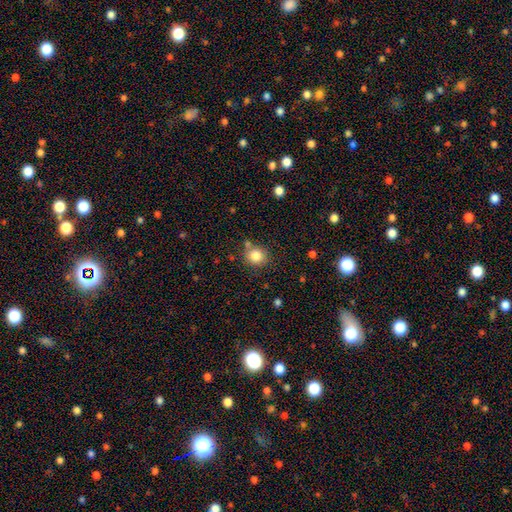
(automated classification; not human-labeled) A smooth galaxy with no disk features (83%) that is round (82%).

Vote fractions:
- Smooth or featured? smooth: 83% / star or artifact: 11% / featured or disk: 7%
- How rounded? round: 82% / in between: 17% / cigar-shaped: 1%
- Merging? none: 75% / minor disturbance: 12% / merger: 10% / major disturbance: 3%